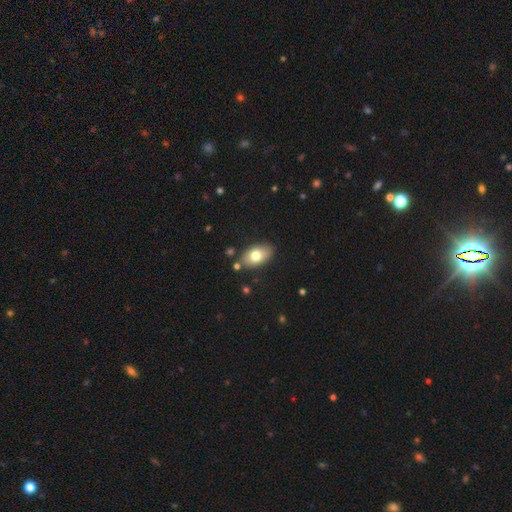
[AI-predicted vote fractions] smooth_or_featured: smooth (p=0.75) [alt: featured or disk p=0.18]
how_rounded: in between (p=0.91) [alt: round p=0.07]
merging: none (p=0.83) [alt: minor disturbance p=0.11]